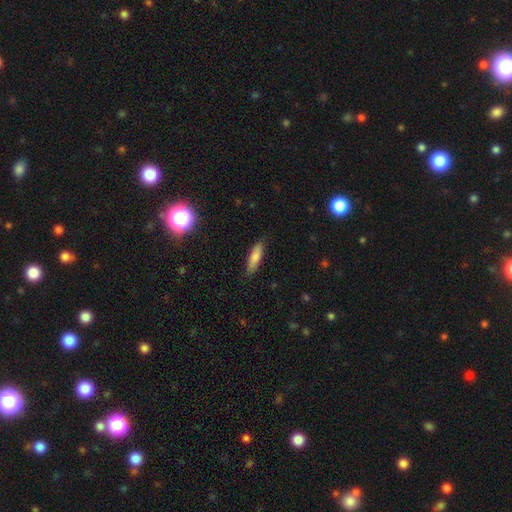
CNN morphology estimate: This appears to be a smooth galaxy with no disk features (77%) that is cigar-shaped (60%). Merging: none (84%).